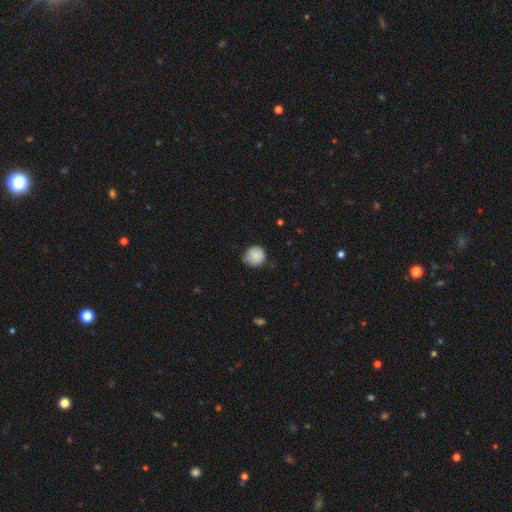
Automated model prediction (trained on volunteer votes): Overall: smooth (85%). How rounded: round (87%). Merging: none (65%; minor disturbance 29%).